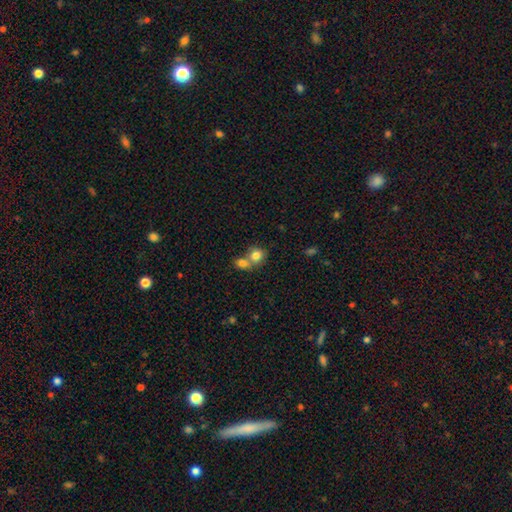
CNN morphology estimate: smooth_or_featured: smooth (p=0.80) [alt: featured or disk p=0.10]
how_rounded: round (p=0.72) [alt: in between p=0.27]
merging: merger (p=0.58) [alt: none p=0.33]